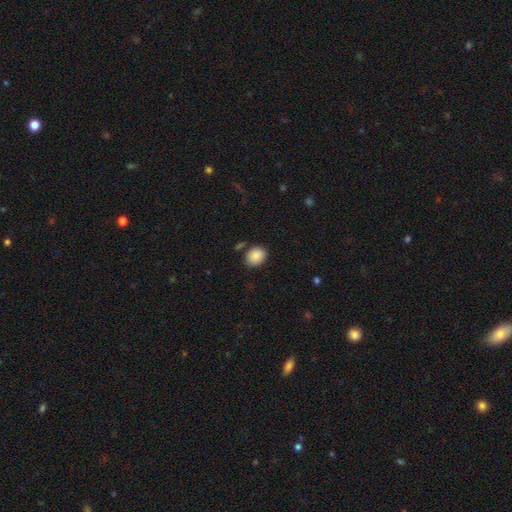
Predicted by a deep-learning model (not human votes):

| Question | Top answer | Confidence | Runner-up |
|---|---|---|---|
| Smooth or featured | smooth | 89% | star or artifact (8%) |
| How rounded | round | 51% | in between (49%) |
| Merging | none | 79% | minor disturbance (13%) |